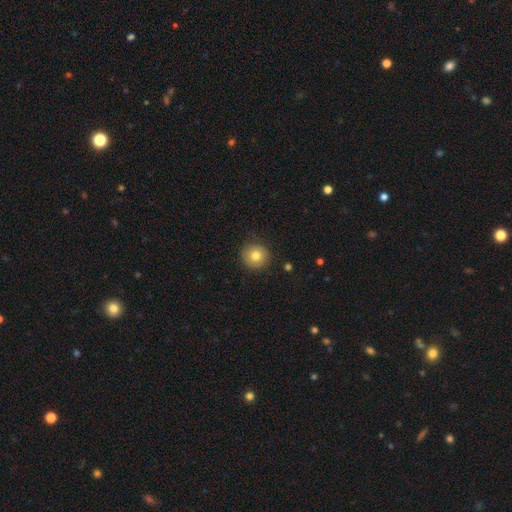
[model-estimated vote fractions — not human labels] The model was most divided on "smooth or featured": smooth: 78%, featured or disk: 12%, star or artifact: 10%. More confident: how rounded — round (93%); merging — none (87%).